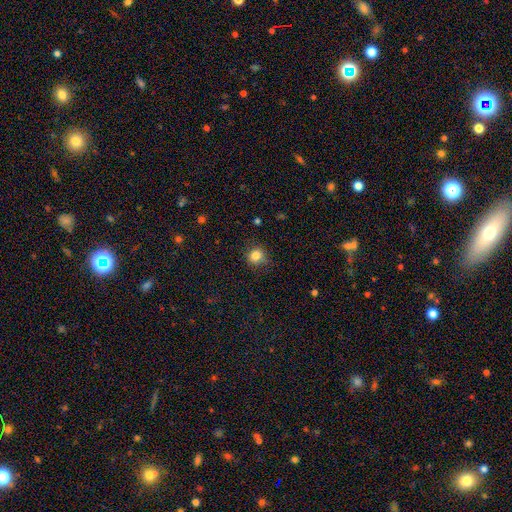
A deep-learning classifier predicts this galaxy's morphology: A smooth galaxy with no disk features (83%) that is round (86%).

Vote fractions:
- Smooth or featured? smooth: 83% / star or artifact: 11% / featured or disk: 6%
- How rounded? round: 86% / in between: 14% / cigar-shaped: 1%
- Merging? none: 79% / minor disturbance: 16% / major disturbance: 4% / merger: 1%